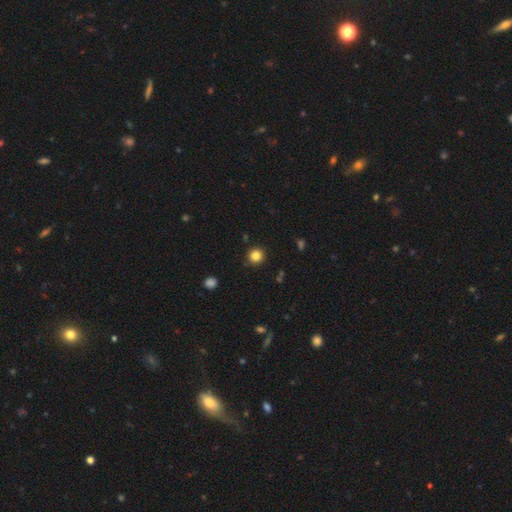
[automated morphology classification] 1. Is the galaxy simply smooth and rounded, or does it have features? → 83% smooth, 12% star or artifact, 5% featured or disk.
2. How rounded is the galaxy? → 94% round, 5% in between, 1% cigar-shaped.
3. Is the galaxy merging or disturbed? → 91% none, 6% minor disturbance, 2% major disturbance, 1% merger.